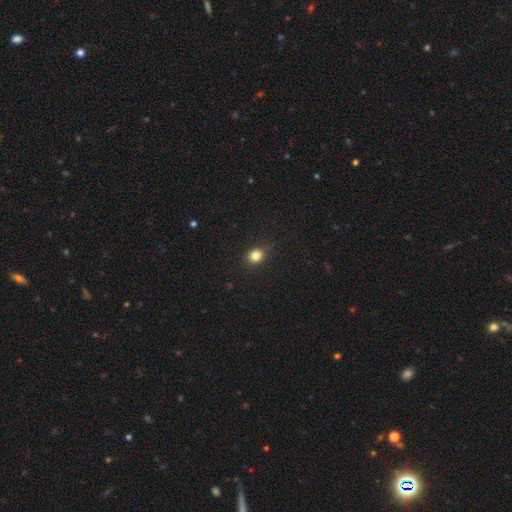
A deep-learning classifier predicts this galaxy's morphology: Smooth or featured? smooth (83%)
How rounded? round (68%)
Merging? none (83%)